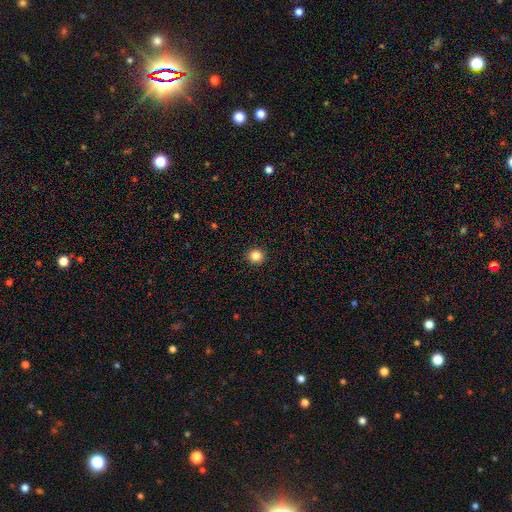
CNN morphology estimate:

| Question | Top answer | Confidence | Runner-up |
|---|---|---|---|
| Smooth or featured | smooth | 85% | star or artifact (11%) |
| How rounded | round | 93% | in between (6%) |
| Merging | none | 93% | minor disturbance (4%) |